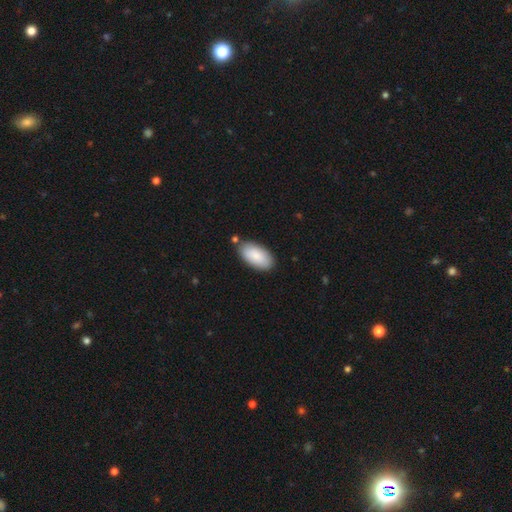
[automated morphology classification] A smooth galaxy with no disk features (87%) that is in between round and cigar-shaped (95%).

Vote fractions:
- Smooth or featured? smooth: 87% / featured or disk: 8% / star or artifact: 5%
- How rounded? in between: 95% / cigar-shaped: 3% / round: 2%
- Merging? none: 80% / minor disturbance: 12% / merger: 5% / major disturbance: 3%